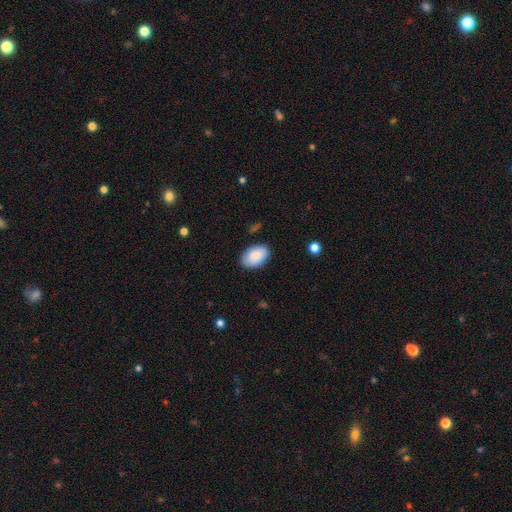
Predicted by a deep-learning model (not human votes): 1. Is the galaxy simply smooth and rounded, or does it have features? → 89% smooth, 6% star or artifact, 5% featured or disk.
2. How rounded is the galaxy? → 91% in between, 8% round, 1% cigar-shaped.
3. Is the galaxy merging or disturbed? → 83% none, 13% minor disturbance, 3% major disturbance, 1% merger.